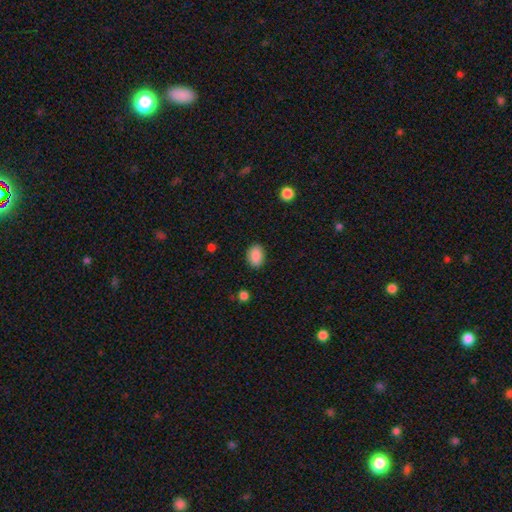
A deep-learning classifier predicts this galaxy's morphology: This is clearly a smooth galaxy (88%). How rounded: likely in between (74%). Merging: clearly none (85%).